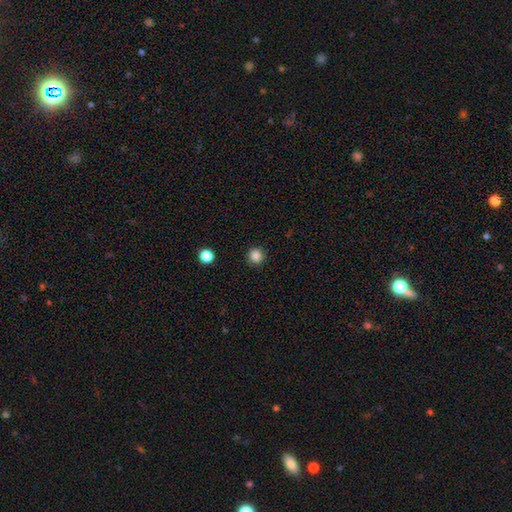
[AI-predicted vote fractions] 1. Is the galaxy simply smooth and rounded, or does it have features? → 85% smooth, 11% star or artifact, 4% featured or disk.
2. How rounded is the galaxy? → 94% round, 5% in between, 1% cigar-shaped.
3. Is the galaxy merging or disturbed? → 92% none, 5% minor disturbance, 2% major disturbance, 1% merger.